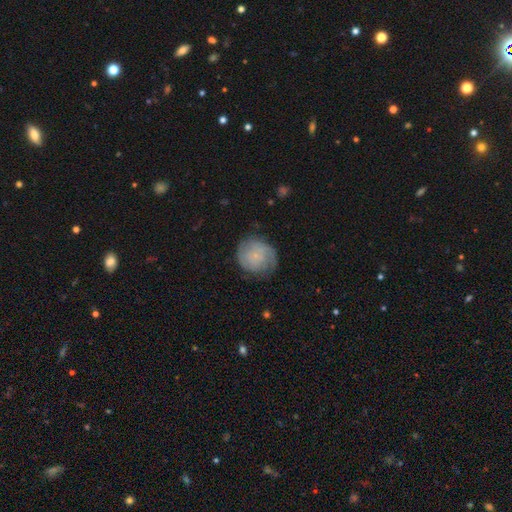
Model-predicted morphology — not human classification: smooth 50%, featured or disk 42%, star or artifact 8%. Down the decision tree: how rounded — round (84%); merging — none (67%).